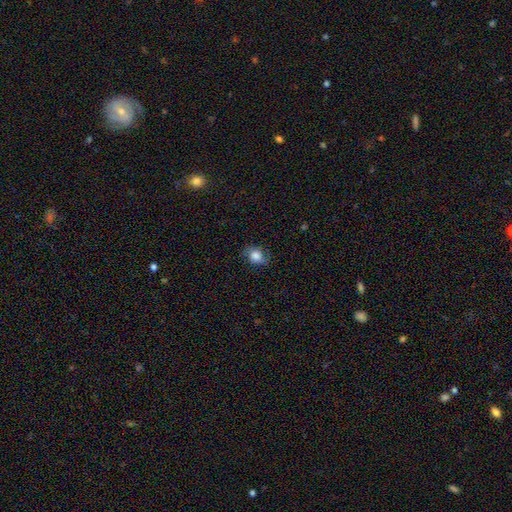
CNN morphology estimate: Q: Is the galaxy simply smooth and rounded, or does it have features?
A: smooth — 79%.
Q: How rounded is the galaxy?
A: in between — 53%.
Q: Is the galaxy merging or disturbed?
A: none — 74%.